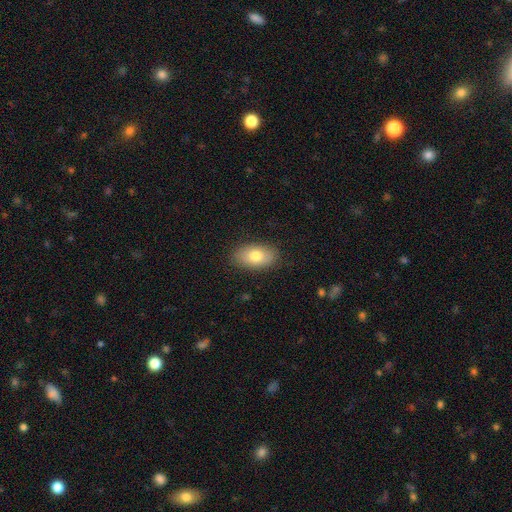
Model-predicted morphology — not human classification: The model was most divided on "smooth or featured": smooth: 77%, featured or disk: 16%, star or artifact: 7%. More confident: how rounded — in between (91%); merging — none (86%).